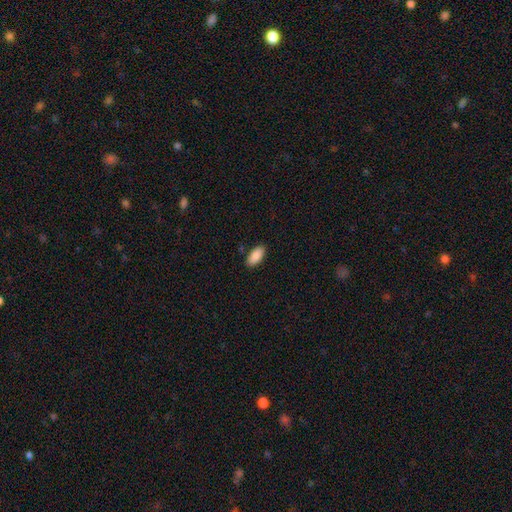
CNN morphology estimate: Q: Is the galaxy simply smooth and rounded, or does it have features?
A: smooth — 89%.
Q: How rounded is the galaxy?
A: in between — 92%.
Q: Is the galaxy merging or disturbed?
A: none — 87%.